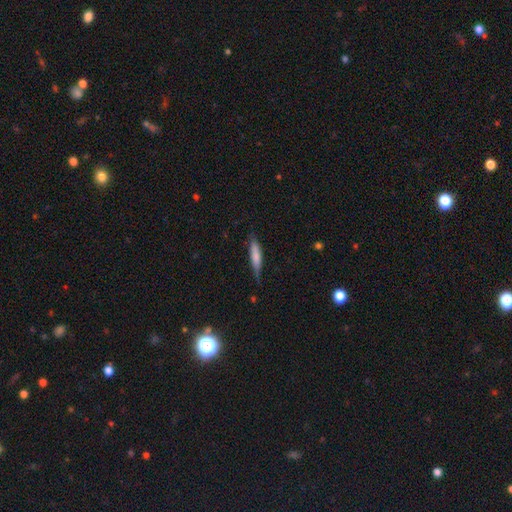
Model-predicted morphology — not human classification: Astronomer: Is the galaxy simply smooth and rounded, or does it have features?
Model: smooth — 66%.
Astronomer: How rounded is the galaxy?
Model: cigar-shaped — 82%.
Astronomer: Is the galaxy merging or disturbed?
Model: none — 69%.